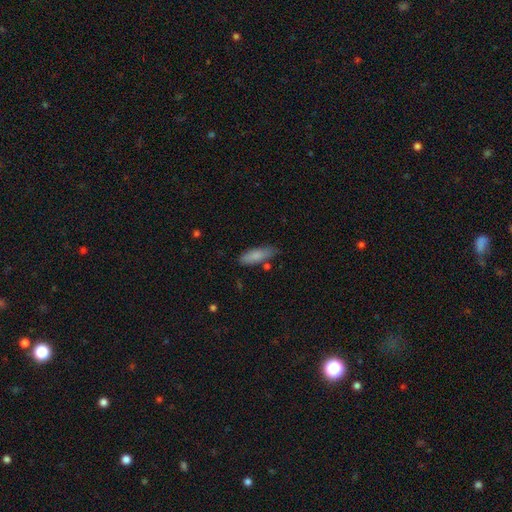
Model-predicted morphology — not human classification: Smooth or featured? smooth (84%)
How rounded? in between (55%)
Merging? none (69%)